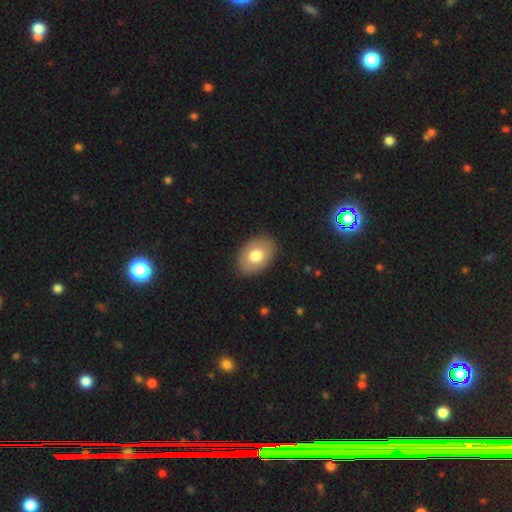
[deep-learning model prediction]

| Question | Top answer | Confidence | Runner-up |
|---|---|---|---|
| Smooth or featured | smooth | 74% | featured or disk (20%) |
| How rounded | in between | 82% | round (17%) |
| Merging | none | 88% | minor disturbance (9%) |